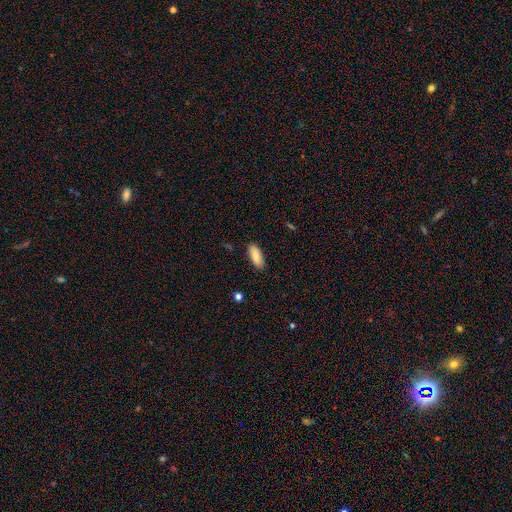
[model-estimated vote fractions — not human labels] The model was most divided on "how rounded": in between: 78%, cigar-shaped: 20%, round: 2%. More confident: smooth or featured — smooth (87%); merging — none (87%).